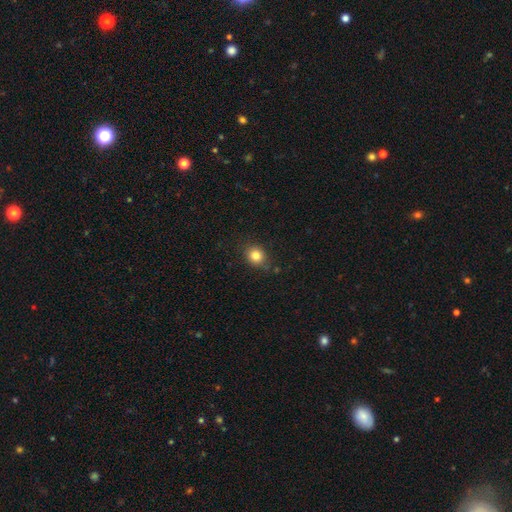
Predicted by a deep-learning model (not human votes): Overall: smooth (82%). How rounded: round (70%). Merging: none (82%).